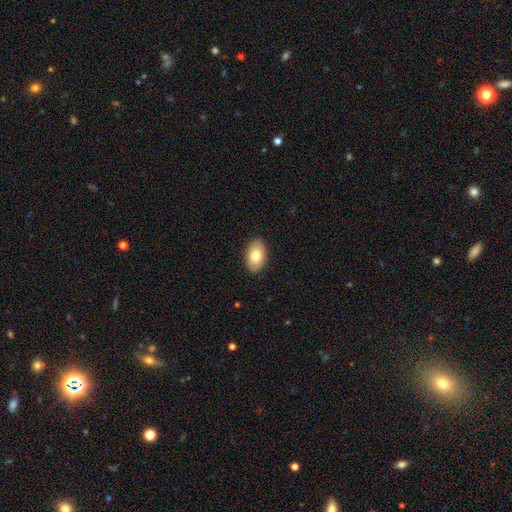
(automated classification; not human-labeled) Smooth or featured: smooth — 80% (featured or disk — 14%)
How rounded: in between — 92% (round — 7%)
Merging: none — 89% (minor disturbance — 9%)